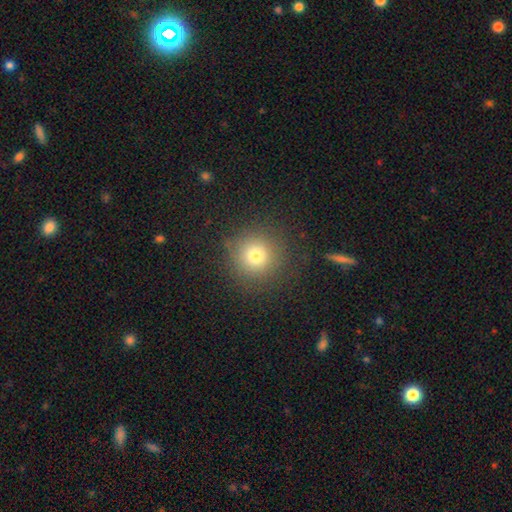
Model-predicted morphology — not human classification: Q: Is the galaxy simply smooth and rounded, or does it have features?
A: smooth — 74%.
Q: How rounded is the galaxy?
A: round — 94%.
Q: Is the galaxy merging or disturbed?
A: none — 87%.